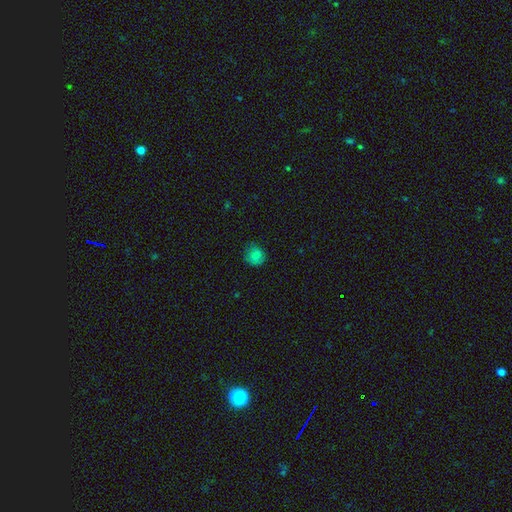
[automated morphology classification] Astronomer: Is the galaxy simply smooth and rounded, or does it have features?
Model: smooth — 80%.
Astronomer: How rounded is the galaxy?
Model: round — 84%.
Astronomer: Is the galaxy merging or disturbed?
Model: none — 73%.